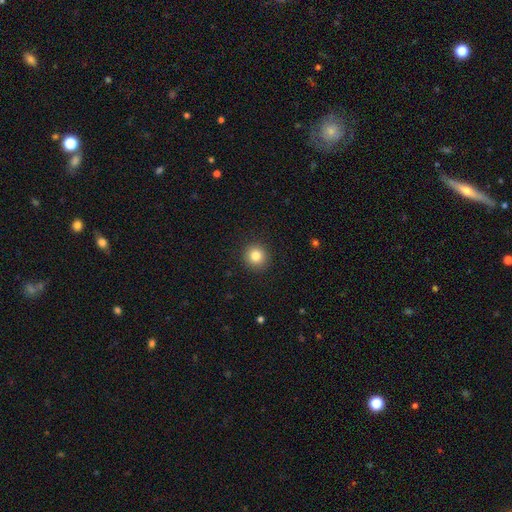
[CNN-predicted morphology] type=smooth (83%); roundness=round (93%); merging=none (92%).